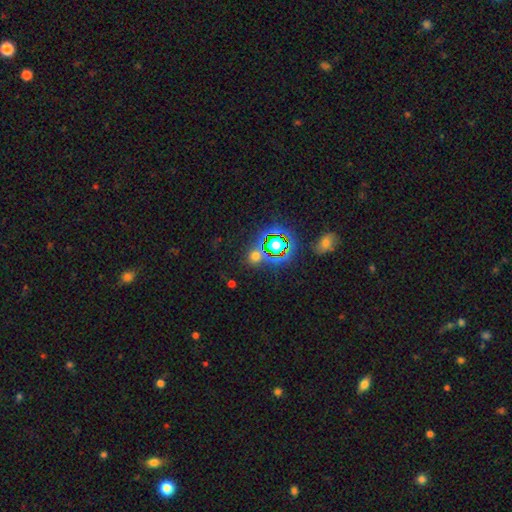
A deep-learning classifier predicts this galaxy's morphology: This appears to be a smooth galaxy with no disk features (47%). Merging: none (76%).